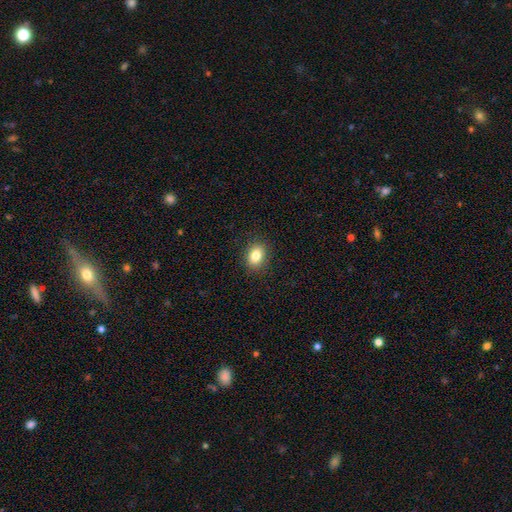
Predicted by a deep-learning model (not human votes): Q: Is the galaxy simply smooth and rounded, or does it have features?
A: smooth — 84%.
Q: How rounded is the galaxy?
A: in between — 72%.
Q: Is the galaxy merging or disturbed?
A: none — 88%.